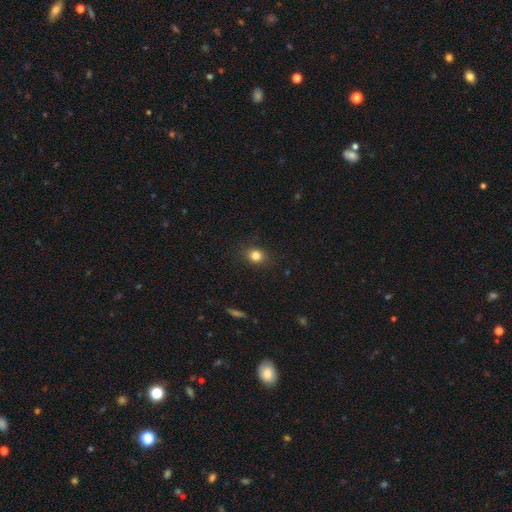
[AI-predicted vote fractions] smooth_or_featured: smooth (p=0.82) [alt: star or artifact p=0.12]
how_rounded: round (p=0.69) [alt: in between p=0.30]
merging: none (p=0.85) [alt: minor disturbance p=0.11]